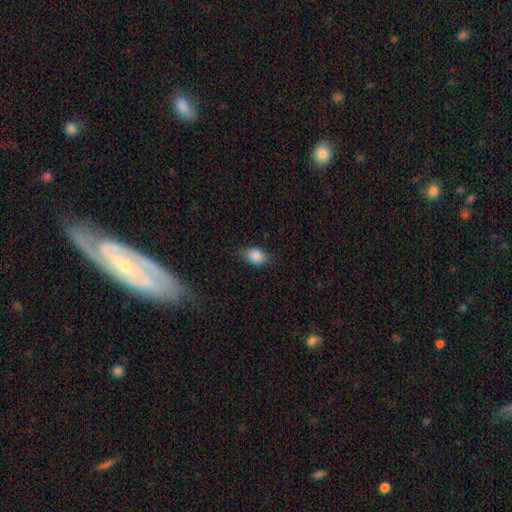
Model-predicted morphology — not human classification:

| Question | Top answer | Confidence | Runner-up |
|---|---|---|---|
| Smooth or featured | smooth | 87% | star or artifact (8%) |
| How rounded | in between | 80% | round (19%) |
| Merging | none | 74% | minor disturbance (20%) |